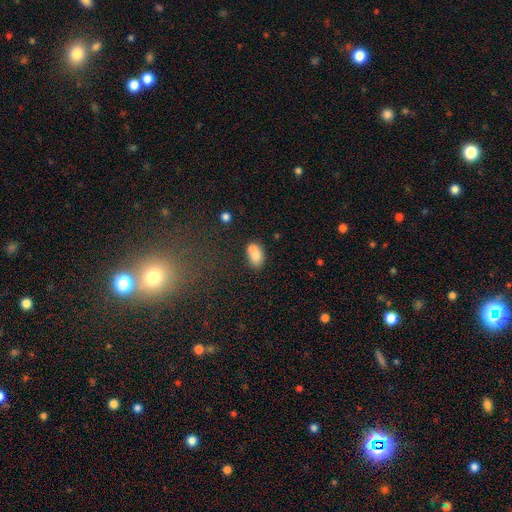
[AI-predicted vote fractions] A smooth galaxy with no disk features (72%) that is in between round and cigar-shaped (71%).

Vote fractions:
- Smooth or featured? smooth: 72% / featured or disk: 18% / star or artifact: 9%
- How rounded? in between: 71% / round: 28% / cigar-shaped: 1%
- Merging? merger: 54% / none: 32% / minor disturbance: 10% / major disturbance: 4%